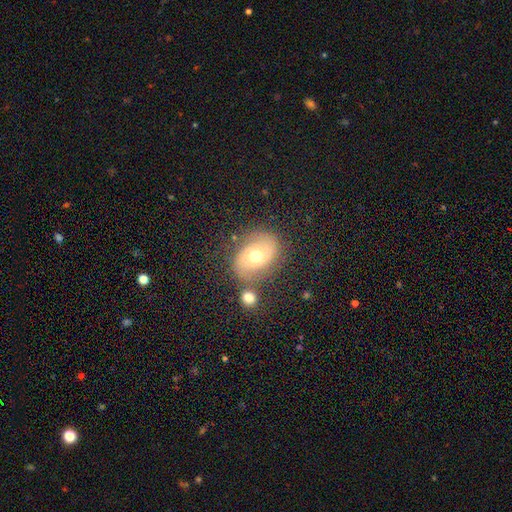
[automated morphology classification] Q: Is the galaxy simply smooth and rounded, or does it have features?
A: featured or disk — 47%.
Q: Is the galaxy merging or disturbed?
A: none — 72%.